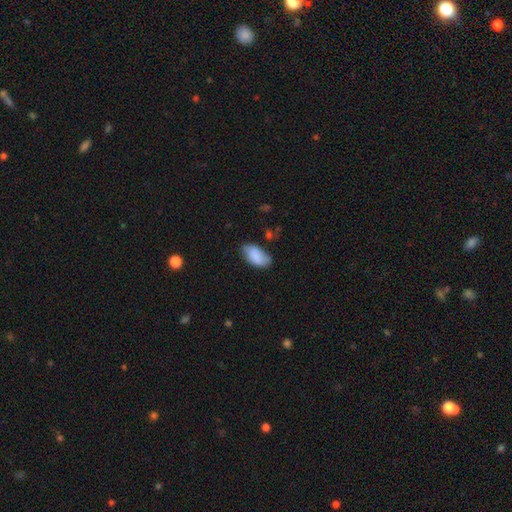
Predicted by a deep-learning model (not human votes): Smooth or featured: smooth — 79% (featured or disk — 14%)
How rounded: in between — 94% (round — 3%)
Merging: none — 66% (minor disturbance — 26%)